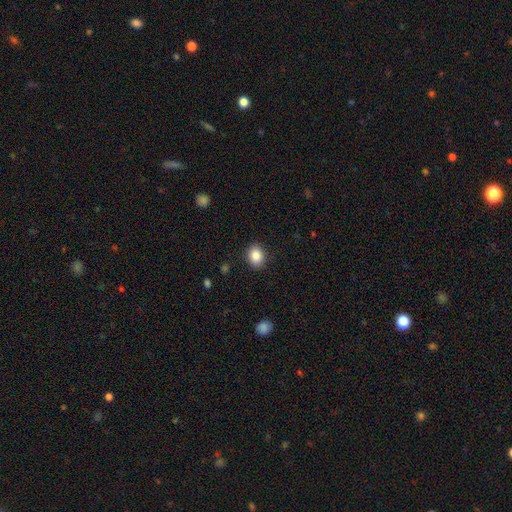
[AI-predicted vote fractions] smooth_or_featured: smooth (p=0.86) [alt: star or artifact p=0.09]
how_rounded: in between (p=0.51) [alt: round p=0.48]
merging: none (p=0.89) [alt: minor disturbance p=0.08]